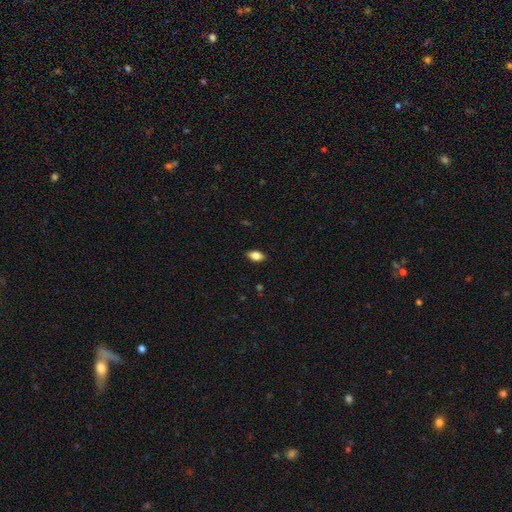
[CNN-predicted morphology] smooth-or-featured: smooth: 80% | featured or disk: 12% | star or artifact: 8%
  how-rounded: in between: 89% | round: 6% | cigar-shaped: 5%
  merging: none: 87% | minor disturbance: 10% | major disturbance: 2% | merger: 1%